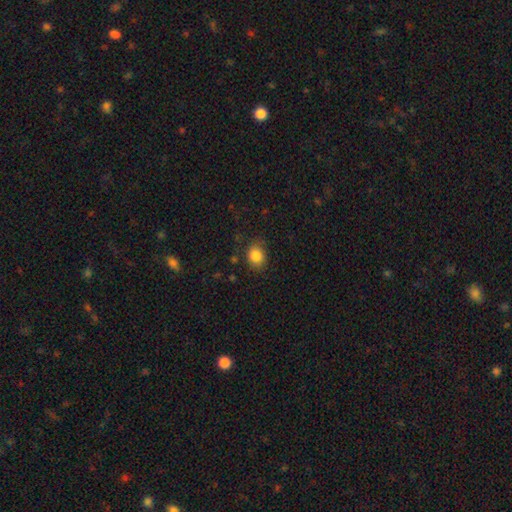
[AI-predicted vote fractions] The model was most divided on "how rounded": round: 55%, in between: 44%, cigar-shaped: 1%. More confident: smooth or featured — smooth (84%); merging — none (78%).